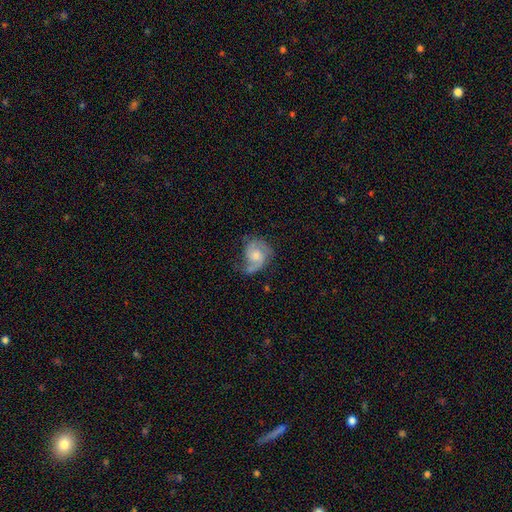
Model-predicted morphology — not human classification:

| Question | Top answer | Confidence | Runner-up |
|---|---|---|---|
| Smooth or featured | featured or disk | 71% | smooth (23%) |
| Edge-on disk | no | 98% | yes (2%) |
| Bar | no | 65% | weak (31%) |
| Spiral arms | yes | 91% | no (9%) |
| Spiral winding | medium | 47% | tight (27%) |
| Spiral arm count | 2 | 70% | 1 (17%) |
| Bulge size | moderate | 49% | small (28%) |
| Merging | none | 46% | minor disturbance (28%) |